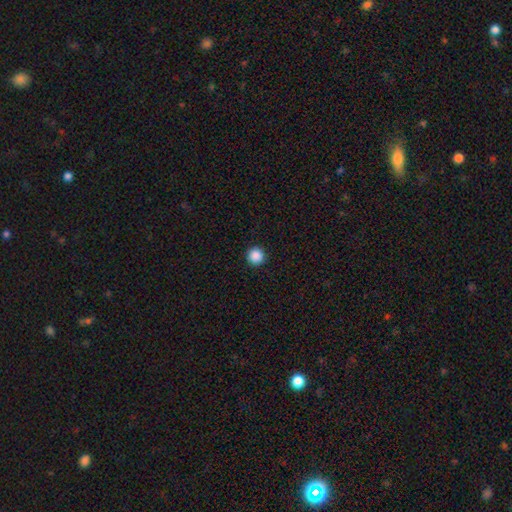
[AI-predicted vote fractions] smooth-or-featured: smooth: 88% | star or artifact: 10% | featured or disk: 2%
  how-rounded: round: 97% | in between: 2% | cigar-shaped: 1%
  merging: none: 93% | minor disturbance: 4% | major disturbance: 1% | merger: 1%